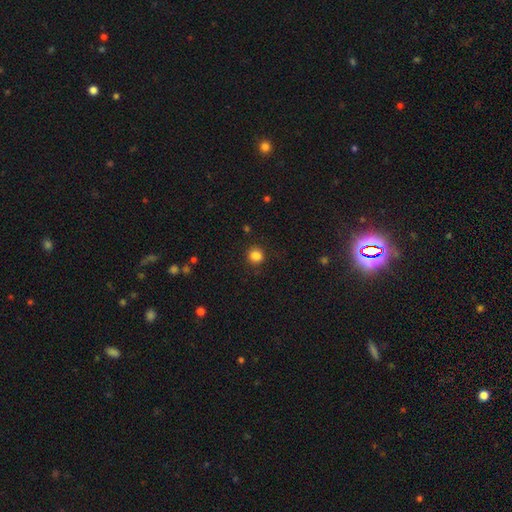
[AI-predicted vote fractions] Morphology: type=smooth (85%); roundness=round (86%); merging=none (85%).